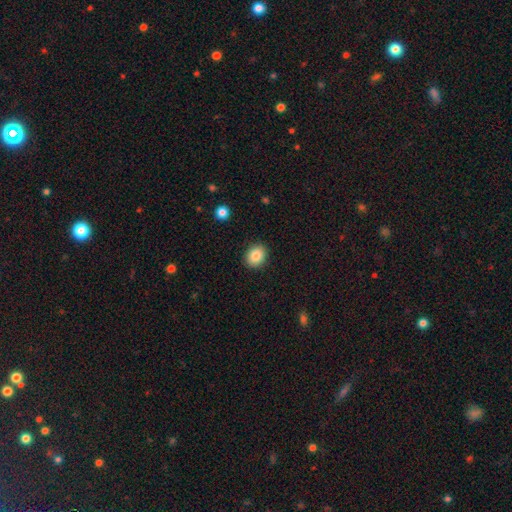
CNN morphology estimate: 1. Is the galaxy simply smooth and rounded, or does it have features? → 85% smooth, 9% star or artifact, 6% featured or disk.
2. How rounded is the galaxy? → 60% round, 39% in between, 1% cigar-shaped.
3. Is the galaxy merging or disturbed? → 90% none, 7% minor disturbance, 2% major disturbance, 1% merger.